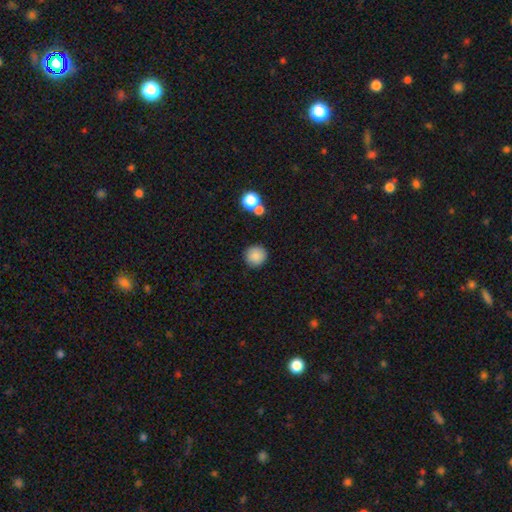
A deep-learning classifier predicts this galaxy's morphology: A smooth galaxy with no disk features (86%) that is round (94%).

Vote fractions:
- Smooth or featured? smooth: 86% / star or artifact: 9% / featured or disk: 5%
- How rounded? round: 94% / in between: 5% / cigar-shaped: 1%
- Merging? none: 88% / minor disturbance: 6% / merger: 4% / major disturbance: 2%